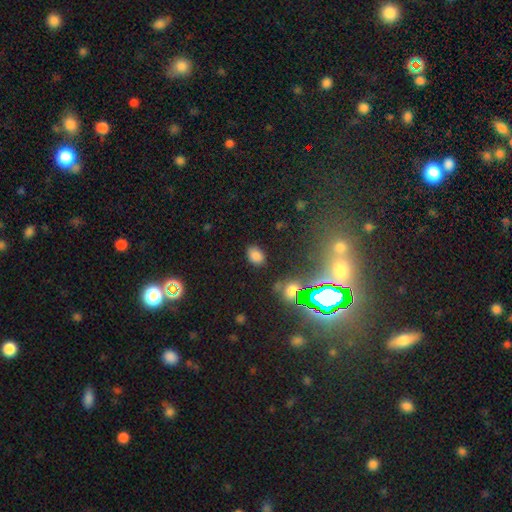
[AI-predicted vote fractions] Smooth or featured?
  - smooth: 75% *
  - star or artifact: 19%
  - featured or disk: 6%
How rounded?
  - in between: 78% *
  - round: 21%
  - cigar-shaped: 1%
Merging?
  - none: 84% *
  - minor disturbance: 11%
  - major disturbance: 3%
  - merger: 2%